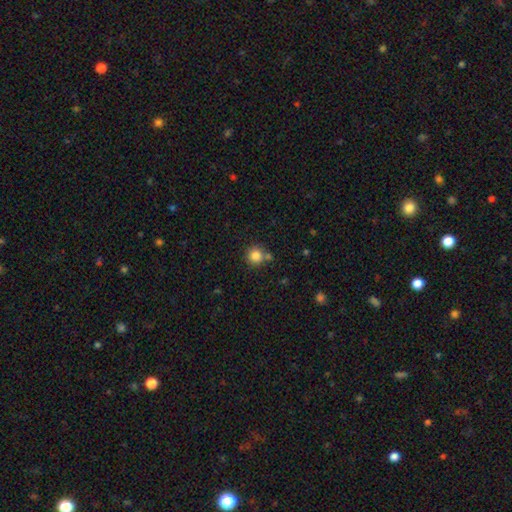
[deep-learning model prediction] smooth_or_featured: smooth (p=0.83) [alt: star or artifact p=0.11]
how_rounded: round (p=0.93) [alt: in between p=0.06]
merging: none (p=0.71) [alt: merger p=0.16]